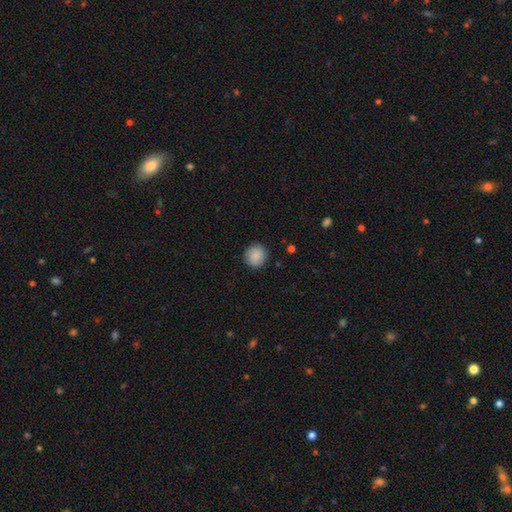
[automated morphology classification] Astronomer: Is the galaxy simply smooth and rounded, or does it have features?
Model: smooth — 88%.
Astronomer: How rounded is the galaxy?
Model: round — 92%.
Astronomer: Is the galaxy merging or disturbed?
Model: none — 88%.